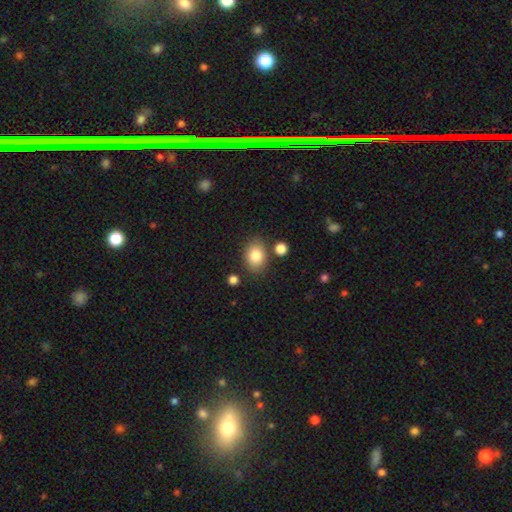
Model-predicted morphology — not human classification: smooth 83%, featured or disk 9%, star or artifact 8%. Down the decision tree: how rounded — in between (70%); merging — none (79%).